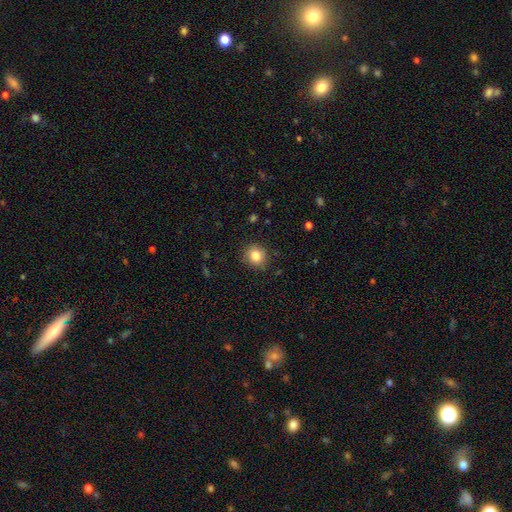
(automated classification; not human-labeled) A smooth galaxy with no disk features (83%) that is round (85%).

Vote fractions:
- Smooth or featured? smooth: 83% / star or artifact: 10% / featured or disk: 6%
- How rounded? round: 85% / in between: 14% / cigar-shaped: 1%
- Merging? none: 86% / minor disturbance: 10% / major disturbance: 2% / merger: 1%